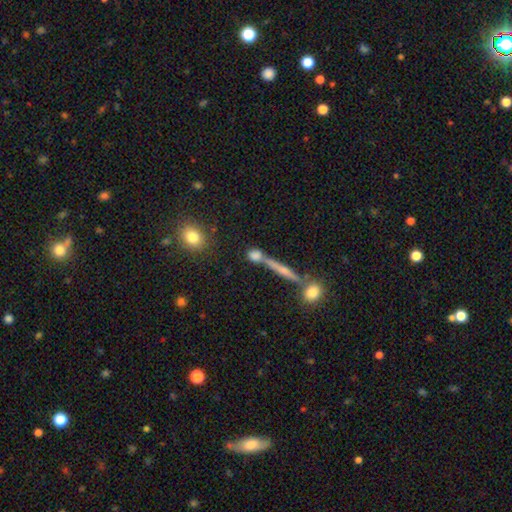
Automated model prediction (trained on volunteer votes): smooth_or_featured: smooth (p=0.67) [alt: featured or disk p=0.20]
how_rounded: round (p=0.47) [alt: cigar-shaped p=0.32]
merging: none (p=0.59) [alt: merger p=0.24]